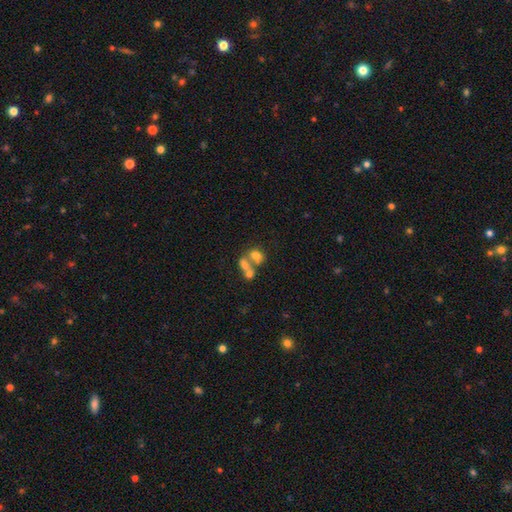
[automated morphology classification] Smooth or featured? Predicted: smooth (p=0.64). How rounded? Predicted: in between (p=0.53). Merging? Predicted: merger (p=0.58).